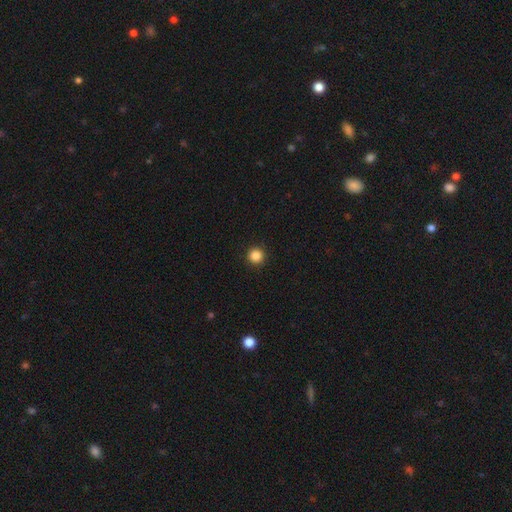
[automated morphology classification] Smooth or featured? Predicted: smooth (p=0.86). How rounded? Predicted: round (p=0.96). Merging? Predicted: none (p=0.93).